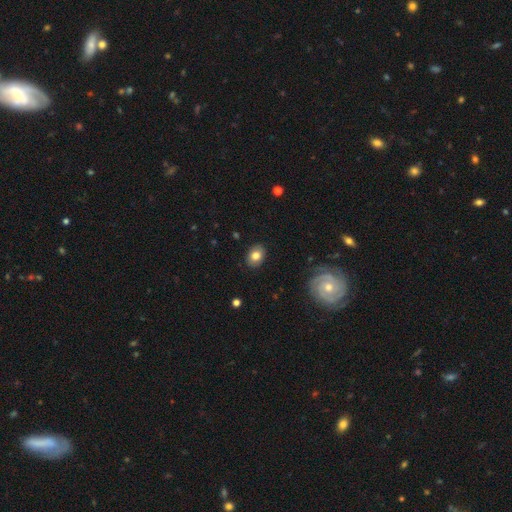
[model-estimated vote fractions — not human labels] Morphology: type=smooth (78%); roundness=in between (70%); merging=none (87%).